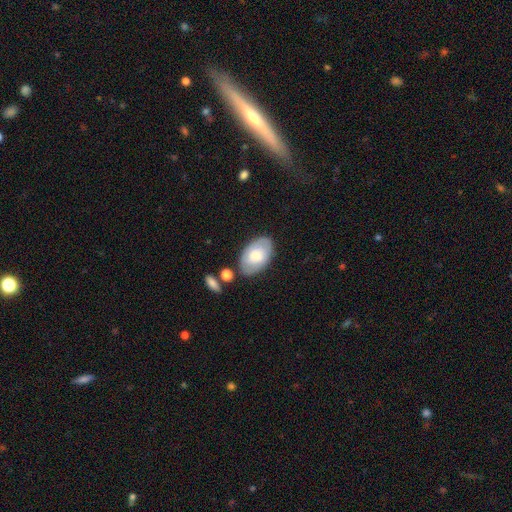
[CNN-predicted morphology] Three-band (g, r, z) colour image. It shows a smooth galaxy with no disk features (68%) that is in between round and cigar-shaped (94%). Merging: none (75%).